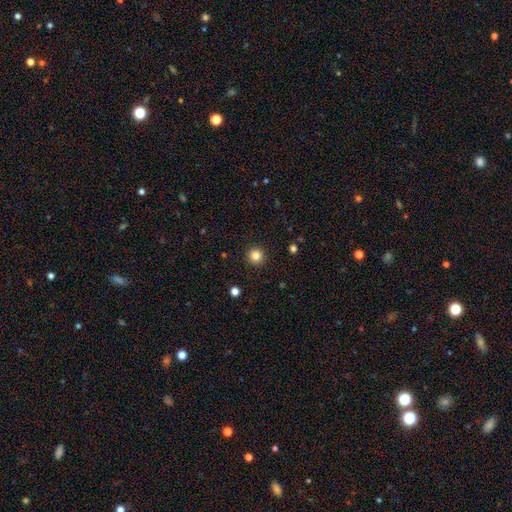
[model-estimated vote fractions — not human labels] Smooth or featured? Predicted: smooth (p=0.83). How rounded? Predicted: round (p=0.96). Merging? Predicted: none (p=0.93).